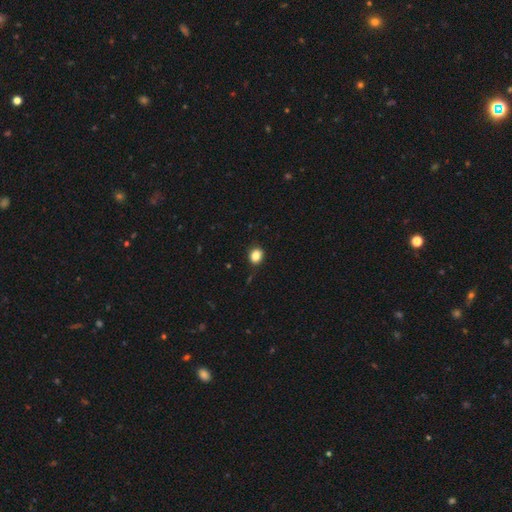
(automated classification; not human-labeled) Smooth or featured? smooth (85%)
How rounded? round (65%)
Merging? none (85%)